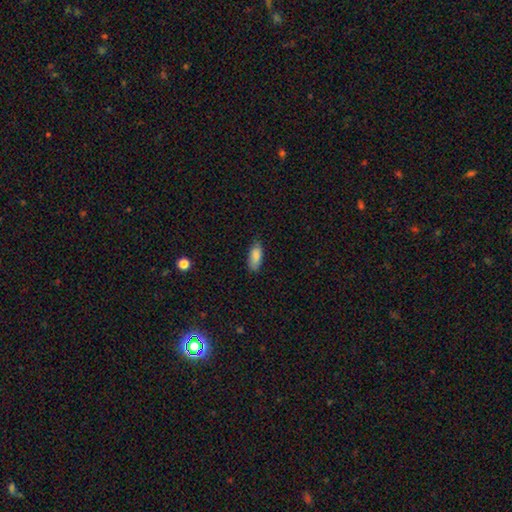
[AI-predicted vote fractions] smooth 87%, star or artifact 7%, featured or disk 6%. Down the decision tree: how rounded — in between (84%); merging — none (73%).